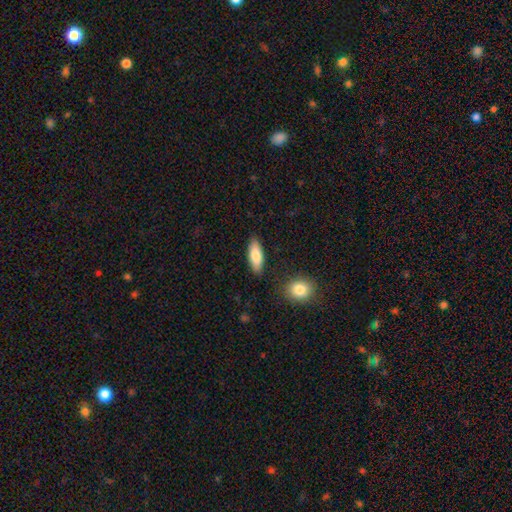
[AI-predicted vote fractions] Smooth or featured: smooth — 81% (featured or disk — 14%)
How rounded: in between — 73% (cigar-shaped — 25%)
Merging: none — 85% (minor disturbance — 10%)